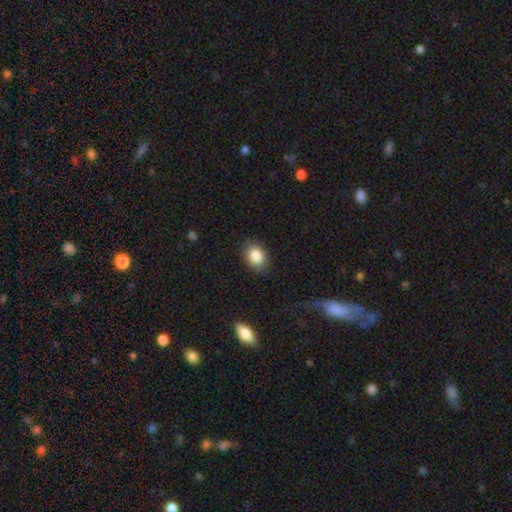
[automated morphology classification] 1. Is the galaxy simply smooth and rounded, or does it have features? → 86% smooth, 8% star or artifact, 6% featured or disk.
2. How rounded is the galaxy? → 74% in between, 24% round, 1% cigar-shaped.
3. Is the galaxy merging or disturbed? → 85% none, 11% minor disturbance, 3% major disturbance, 1% merger.